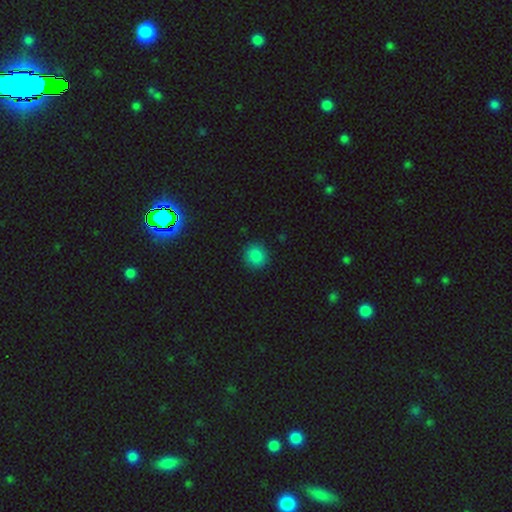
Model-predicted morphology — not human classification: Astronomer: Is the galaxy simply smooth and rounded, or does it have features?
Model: smooth — 86%.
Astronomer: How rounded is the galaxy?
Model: round — 90%.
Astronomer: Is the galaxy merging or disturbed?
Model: none — 90%.